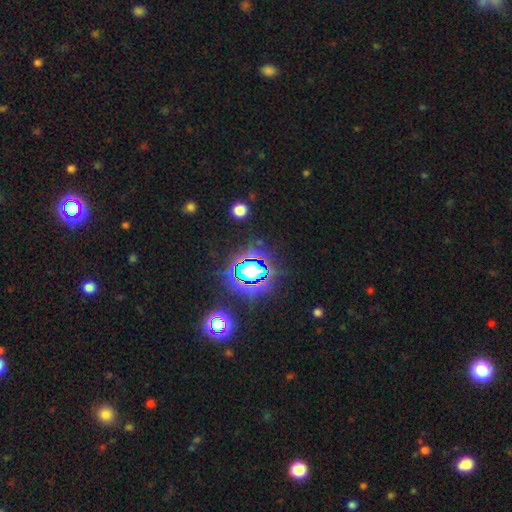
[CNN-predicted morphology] This is clearly a star or artifact rather than a galaxy (80%).